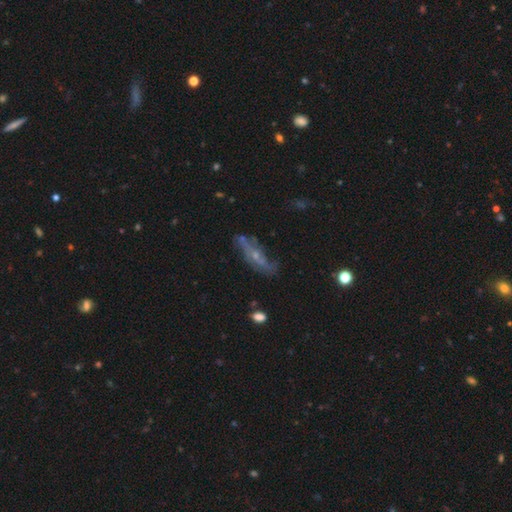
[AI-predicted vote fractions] This appears to be a featured or disk galaxy (65%). Merging: none (56%).